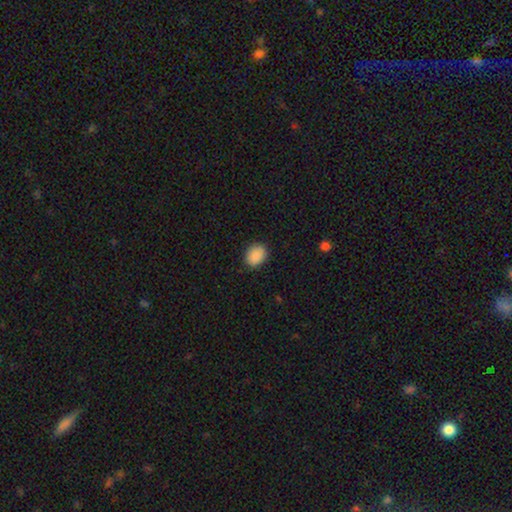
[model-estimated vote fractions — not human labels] Smooth or featured? smooth (90%)
How rounded? in between (55%)
Merging? none (87%)